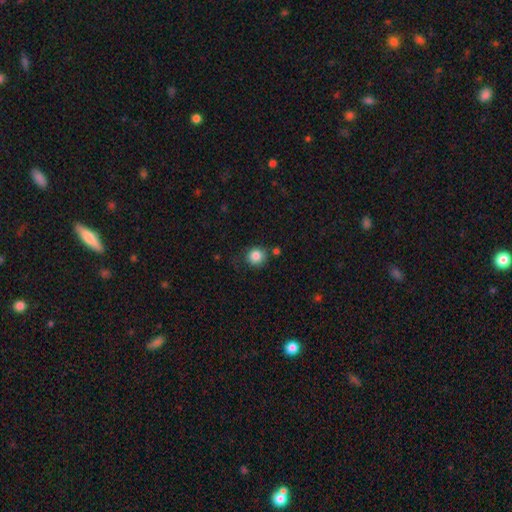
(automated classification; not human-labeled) smooth-or-featured: smooth: 84% | star or artifact: 10% | featured or disk: 5%
  how-rounded: round: 91% | in between: 8% | cigar-shaped: 1%
  merging: none: 77% | minor disturbance: 13% | merger: 7% | major disturbance: 4%